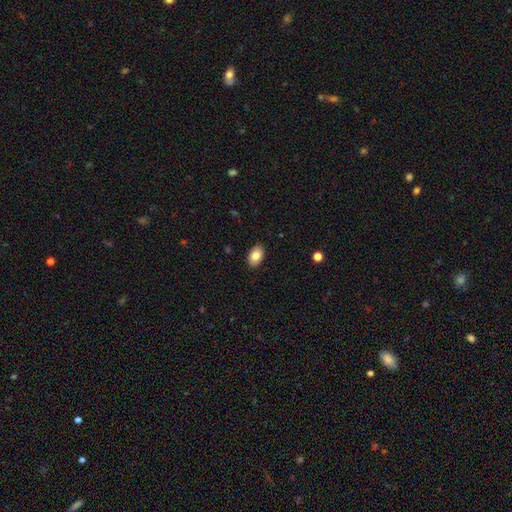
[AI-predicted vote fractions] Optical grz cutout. It shows a smooth galaxy with no disk features (82%) that is in between round and cigar-shaped (90%). Merging: none (89%).